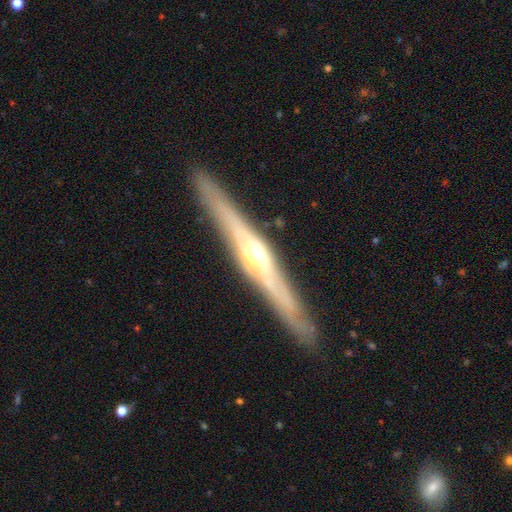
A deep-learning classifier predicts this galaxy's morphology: Overall: featured or disk (81%). Edge-on disk: yes (96%). Edge-on bulge: rounded (82%). Merging: none (90%).